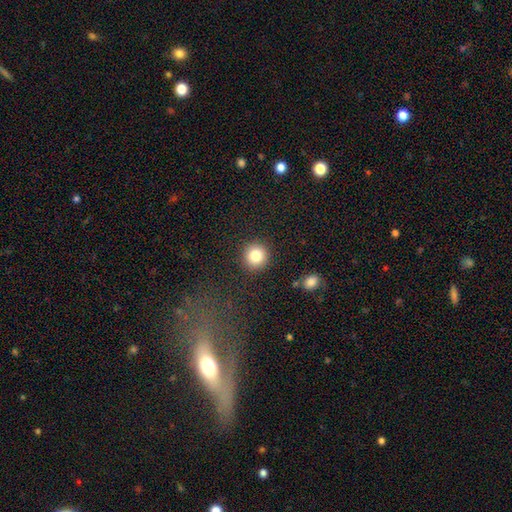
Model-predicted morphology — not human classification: Overall: smooth (83%). How rounded: round (94%). Merging: none (91%).